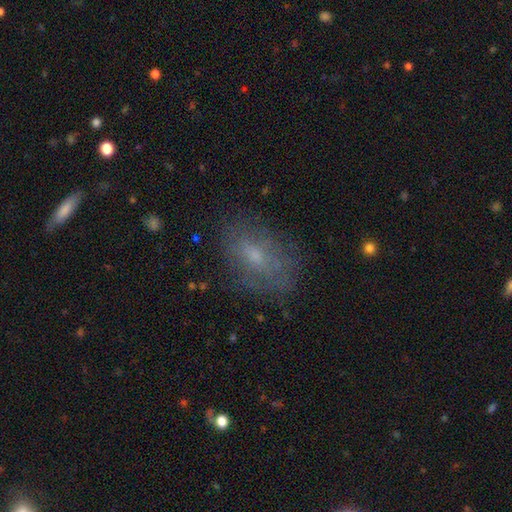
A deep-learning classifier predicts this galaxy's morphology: A smooth galaxy with no disk features (53%) that is in between round and cigar-shaped (83%).

Vote fractions:
- Smooth or featured? smooth: 53% / featured or disk: 35% / star or artifact: 12%
- How rounded? in between: 83% / round: 13% / cigar-shaped: 3%
- Merging? none: 68% / minor disturbance: 20% / major disturbance: 10% / merger: 2%